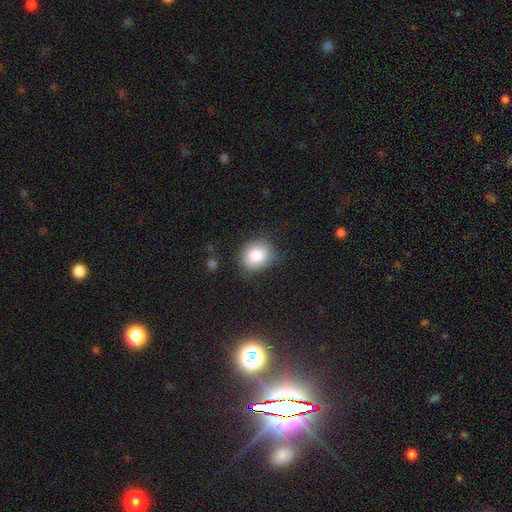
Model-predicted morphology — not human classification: This appears to be a smooth galaxy with no disk features (83%) that is round (62%). Merging: none (74%).